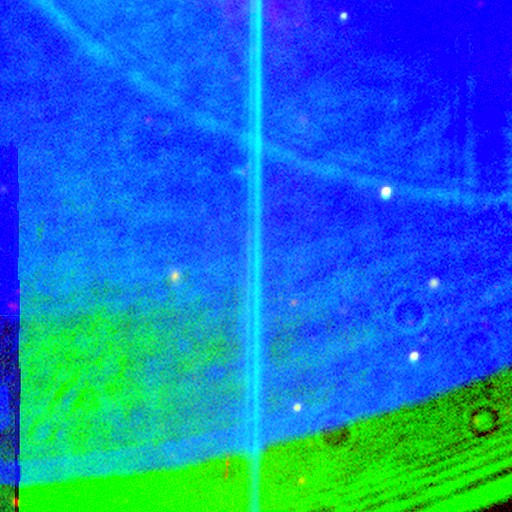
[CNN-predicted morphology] star or artifact 88%, featured or disk 7%, smooth 5%.